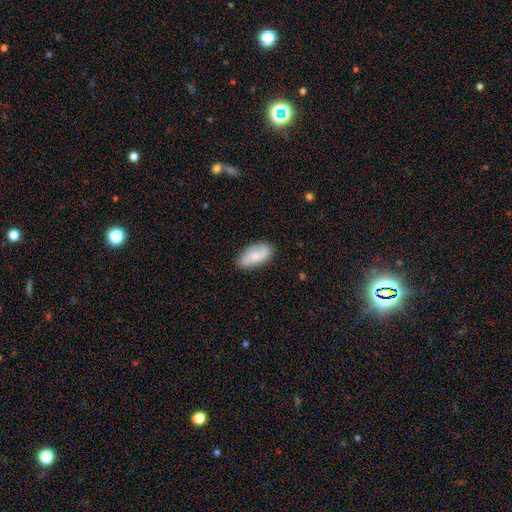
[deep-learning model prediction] smooth-or-featured: smooth: 60% | featured or disk: 33% | star or artifact: 7%
  how-rounded: in between: 92% | cigar-shaped: 5% | round: 3%
  merging: none: 77% | minor disturbance: 18% | major disturbance: 4% | merger: 2%